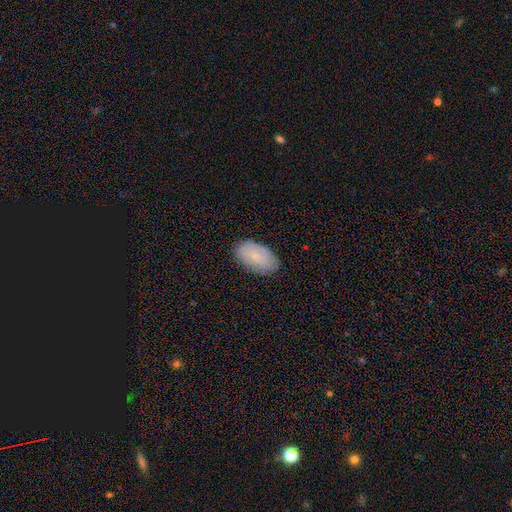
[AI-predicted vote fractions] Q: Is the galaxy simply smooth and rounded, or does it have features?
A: smooth — 66%.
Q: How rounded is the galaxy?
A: in between — 94%.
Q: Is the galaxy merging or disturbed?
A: none — 83%.